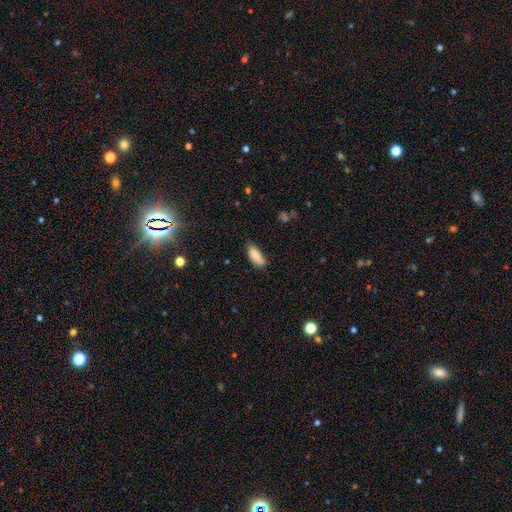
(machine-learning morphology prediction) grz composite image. It shows a smooth galaxy with no disk features (83%) that is in between round and cigar-shaped (82%). Merging: none (61%).